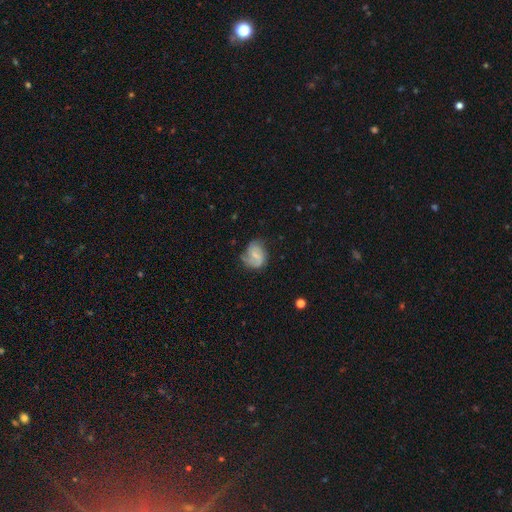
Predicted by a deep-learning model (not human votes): This is possibly a featured or disk galaxy (52%). It is clearly not viewed edge-on (97%). Bar: possibly no (45%). Spiral arm pattern: clearly yes (82%). Central bulge: possibly small (53%). Merging: possibly none (50%).